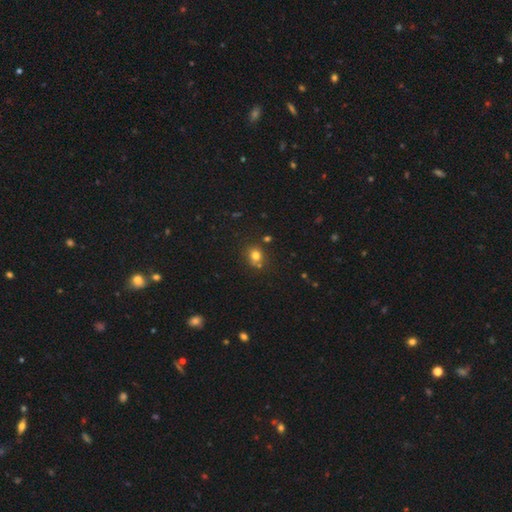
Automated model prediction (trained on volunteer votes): Q: Smooth or featured?
A: smooth (74%); runner-up: star or artifact (17%)
Q: How rounded?
A: round (75%); runner-up: in between (24%)
Q: Merging?
A: none (68%); runner-up: merger (15%)